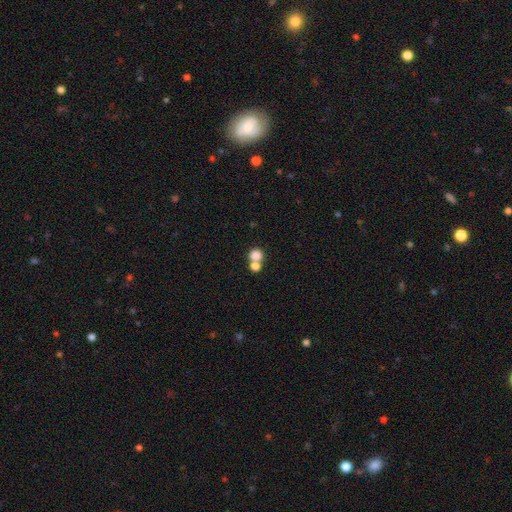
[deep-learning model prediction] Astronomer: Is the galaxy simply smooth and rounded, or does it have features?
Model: smooth — 81%.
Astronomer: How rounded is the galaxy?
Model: round — 81%.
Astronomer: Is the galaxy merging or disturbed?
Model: merger — 49% (runner-up: none, 42%).